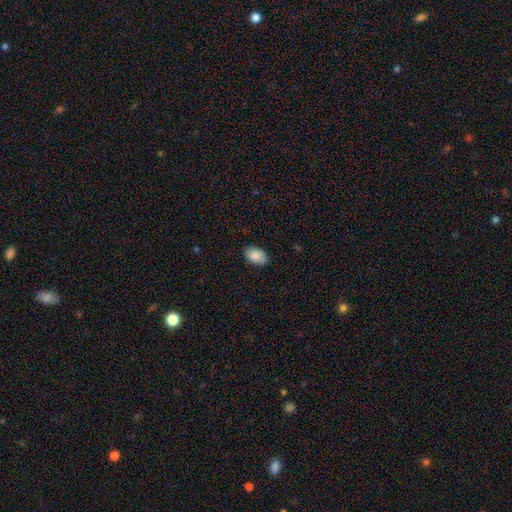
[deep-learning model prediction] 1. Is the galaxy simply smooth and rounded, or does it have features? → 87% smooth, 6% star or artifact, 6% featured or disk.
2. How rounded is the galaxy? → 92% in between, 7% round, 1% cigar-shaped.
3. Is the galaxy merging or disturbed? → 88% none, 10% minor disturbance, 2% major disturbance, 1% merger.